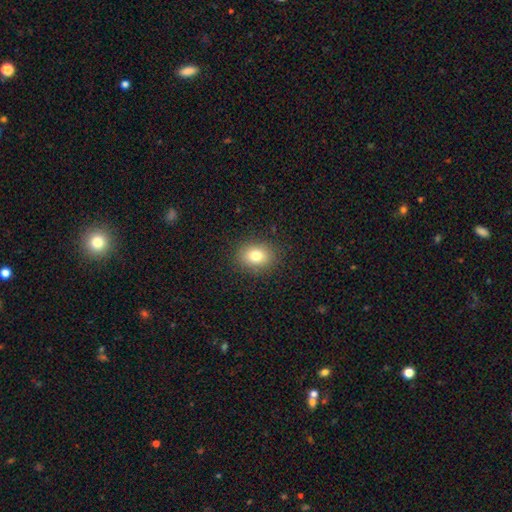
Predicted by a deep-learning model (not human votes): Smooth or featured? Predicted: smooth (p=0.79). How rounded? Predicted: in between (p=0.56). Merging? Predicted: none (p=0.88).